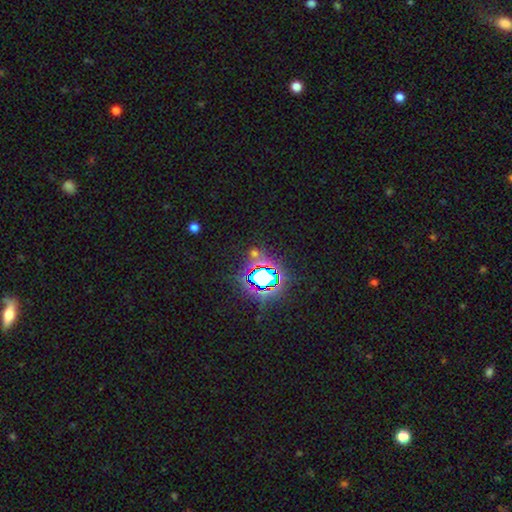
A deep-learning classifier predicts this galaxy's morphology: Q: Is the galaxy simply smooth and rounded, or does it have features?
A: star or artifact — 77%.